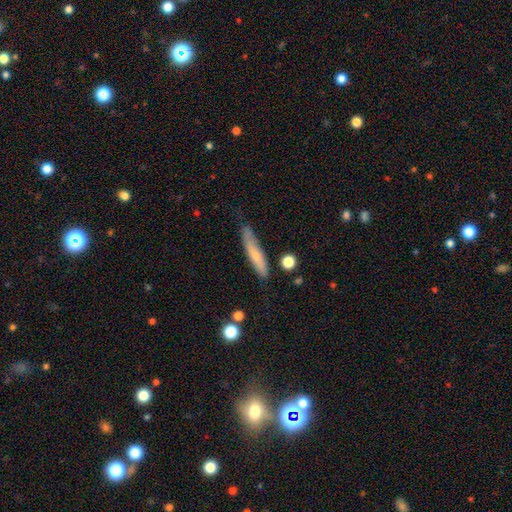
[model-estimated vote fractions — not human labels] This appears to be a smooth galaxy with no disk features (63%) that is cigar-shaped (87%). Merging: none (70%).